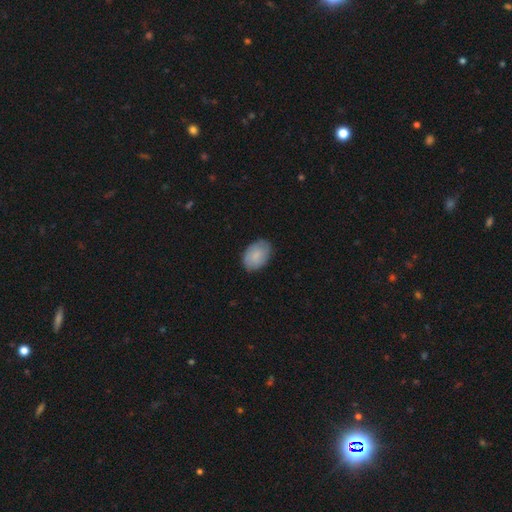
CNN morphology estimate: smooth-or-featured: smooth: 76% | featured or disk: 18% | star or artifact: 6%
  how-rounded: in between: 84% | round: 15% | cigar-shaped: 1%
  merging: none: 80% | minor disturbance: 16% | major disturbance: 3% | merger: 1%